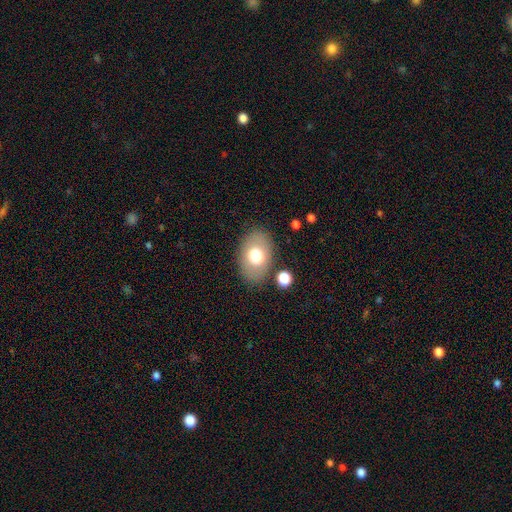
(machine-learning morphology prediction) The model was most divided on "smooth or featured": smooth: 70%, featured or disk: 23%, star or artifact: 8%. More confident: how rounded — in between (84%); merging — none (83%).